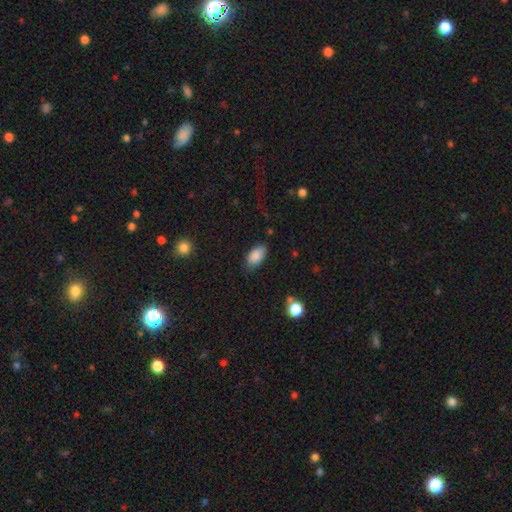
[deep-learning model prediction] Smooth or featured?
  - smooth: 87% *
  - star or artifact: 7%
  - featured or disk: 5%
How rounded?
  - in between: 93% *
  - round: 4%
  - cigar-shaped: 3%
Merging?
  - none: 80% *
  - minor disturbance: 15%
  - major disturbance: 3%
  - merger: 1%